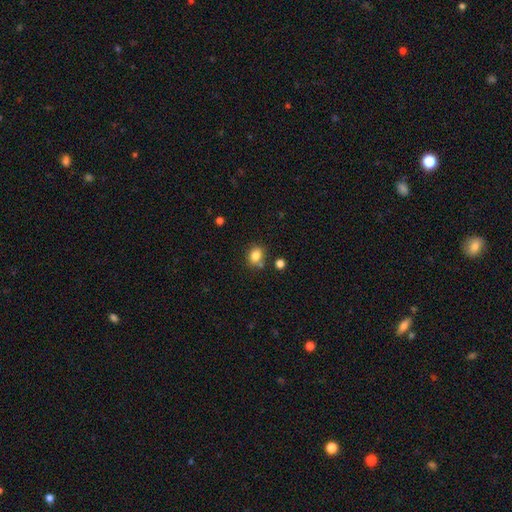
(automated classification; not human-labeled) The model was most divided on "how rounded": in between: 52%, round: 47%, cigar-shaped: 1%. More confident: smooth or featured — smooth (82%); merging — none (72%).